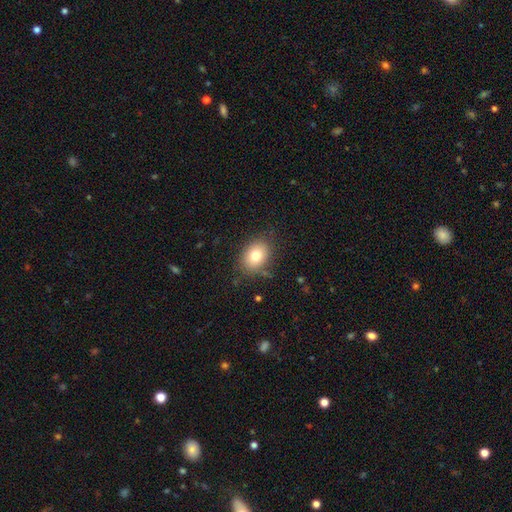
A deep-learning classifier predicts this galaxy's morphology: This is likely a smooth galaxy (78%). How rounded: likely in between (64%). Merging: clearly none (81%).